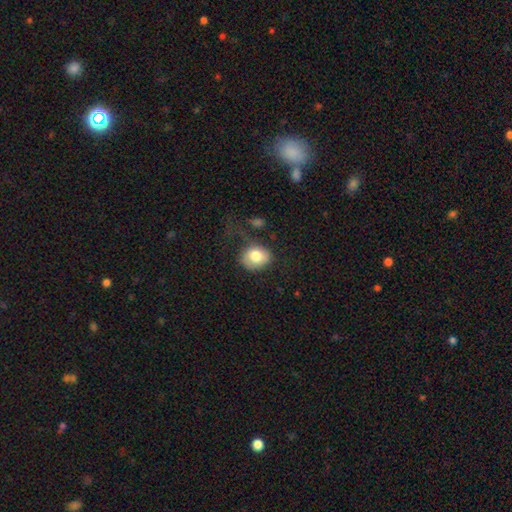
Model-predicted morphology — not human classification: smooth 76%, featured or disk 17%, star or artifact 8%. Down the decision tree: how rounded — round (59%); merging — none (47%).